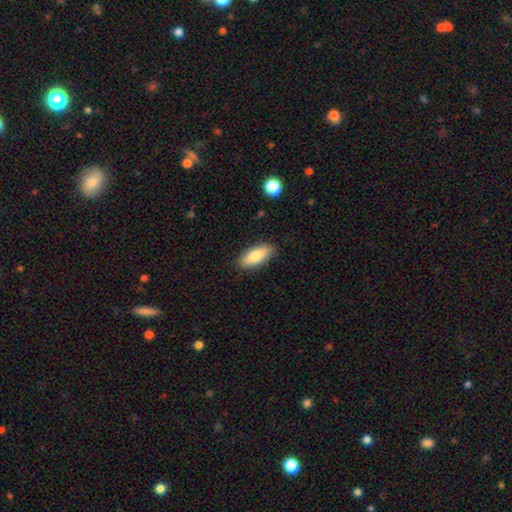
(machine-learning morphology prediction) Q: Smooth or featured?
A: smooth (77%); runner-up: featured or disk (16%)
Q: How rounded?
A: in between (82%); runner-up: cigar-shaped (16%)
Q: Merging?
A: none (86%); runner-up: minor disturbance (10%)